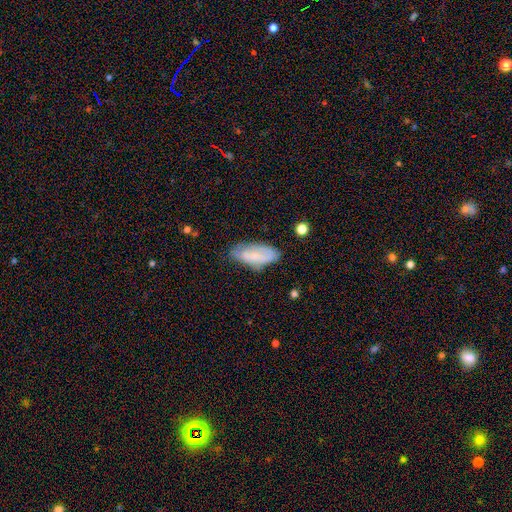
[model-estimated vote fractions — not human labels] Overall: smooth (64%; featured or disk 28%). How rounded: in between (86%). Merging: none (61%; minor disturbance 29%).